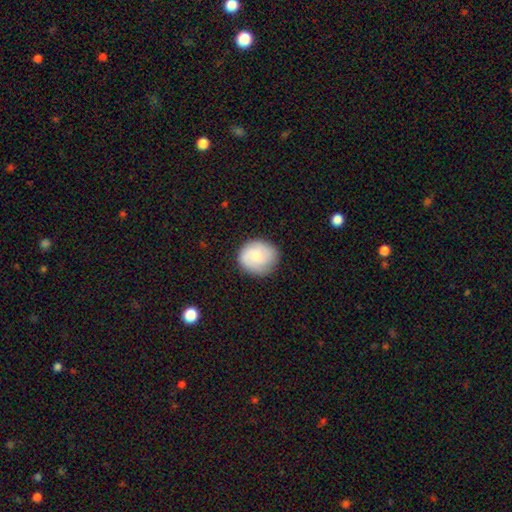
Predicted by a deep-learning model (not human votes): smooth 60%, featured or disk 33%, star or artifact 7%. Down the decision tree: how rounded — round (81%); merging — none (81%).